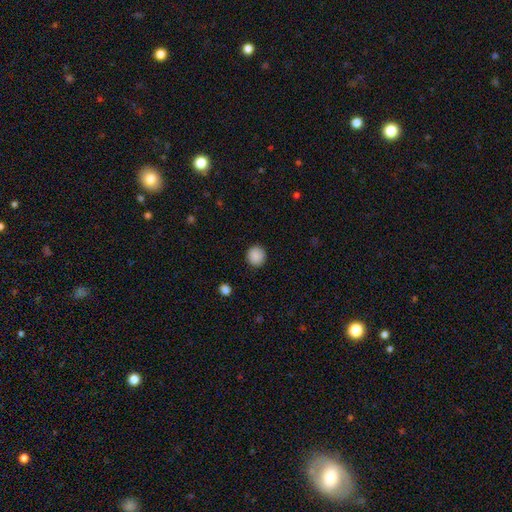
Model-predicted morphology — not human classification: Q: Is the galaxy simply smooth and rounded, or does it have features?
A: smooth — 89%.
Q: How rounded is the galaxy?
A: round — 91%.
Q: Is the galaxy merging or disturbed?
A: none — 91%.